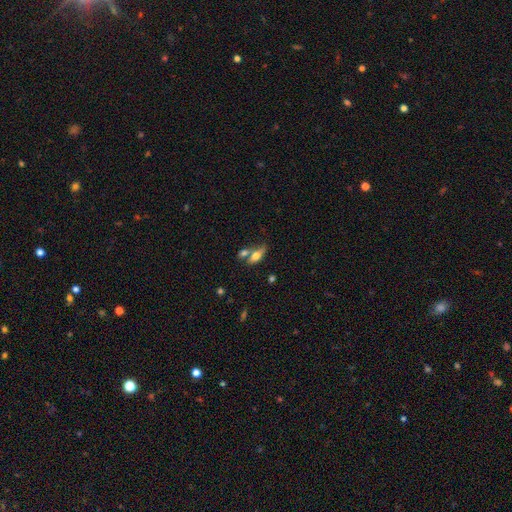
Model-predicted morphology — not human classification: Overall: smooth (62%; featured or disk 30%). How rounded: in between (69%). Merging: none (49%; merger 33%).